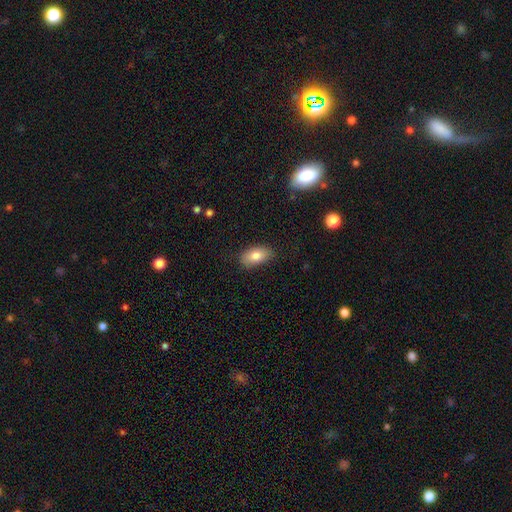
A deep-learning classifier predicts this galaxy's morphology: Smooth or featured: smooth — 82% (featured or disk — 11%)
How rounded: in between — 92% (round — 4%)
Merging: none — 83% (minor disturbance — 14%)